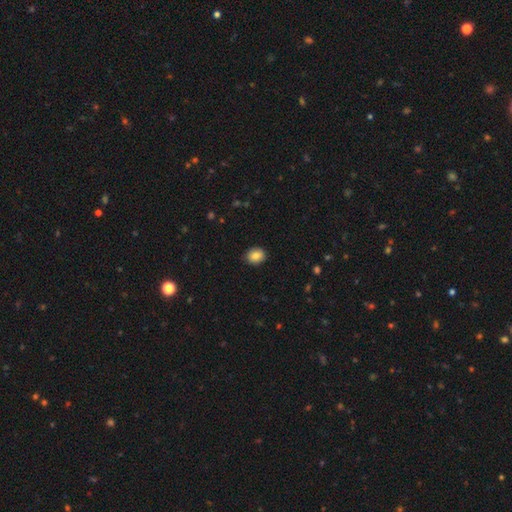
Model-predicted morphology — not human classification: Overall: smooth (84%). How rounded: round (55%; in between 44%). Merging: none (89%).